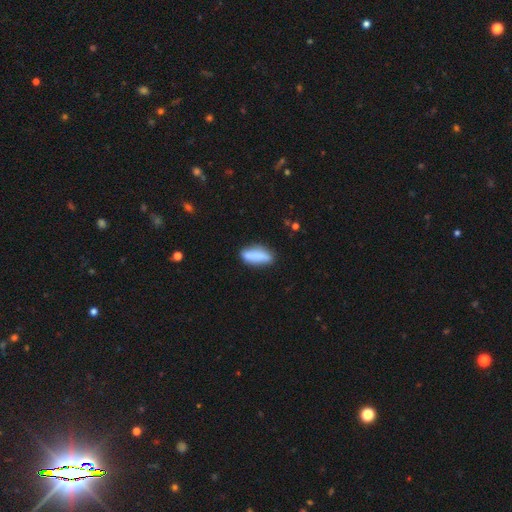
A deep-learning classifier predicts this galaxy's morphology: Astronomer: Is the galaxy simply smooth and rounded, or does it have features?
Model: smooth — 79%.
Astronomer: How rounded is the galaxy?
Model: in between — 63%.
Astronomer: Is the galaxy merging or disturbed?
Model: none — 70%.